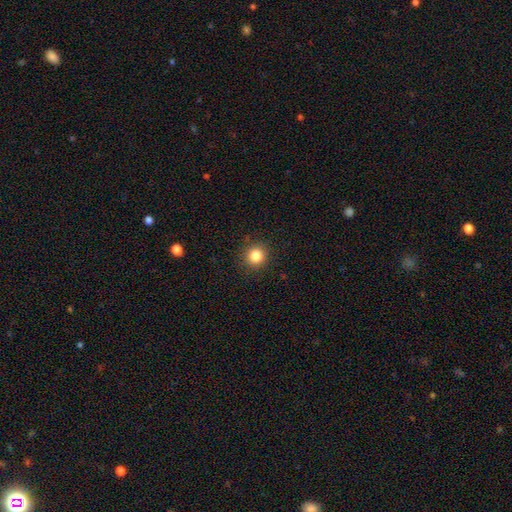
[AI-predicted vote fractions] Smooth or featured? smooth (84%)
How rounded? round (91%)
Merging? none (90%)